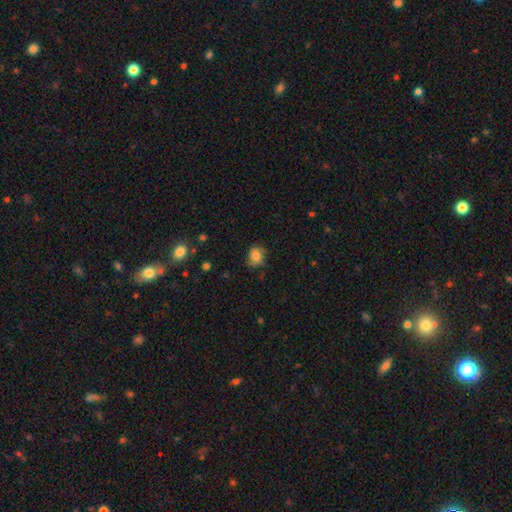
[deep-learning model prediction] Smooth or featured? smooth (81%)
How rounded? round (53%)
Merging? none (72%)